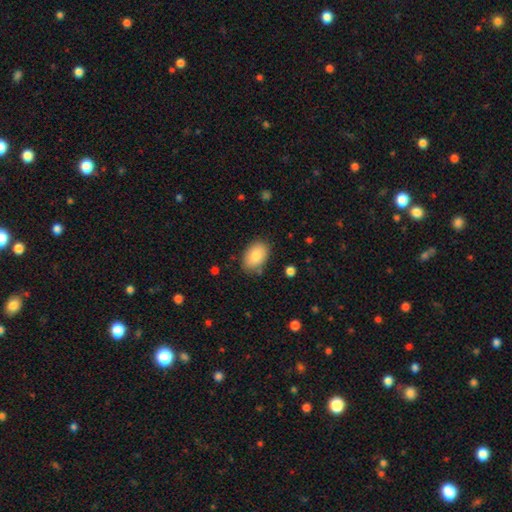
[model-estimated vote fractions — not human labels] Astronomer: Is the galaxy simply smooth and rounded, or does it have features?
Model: smooth — 85%.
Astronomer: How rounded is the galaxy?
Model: in between — 88%.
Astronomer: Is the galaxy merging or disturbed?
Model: none — 80%.